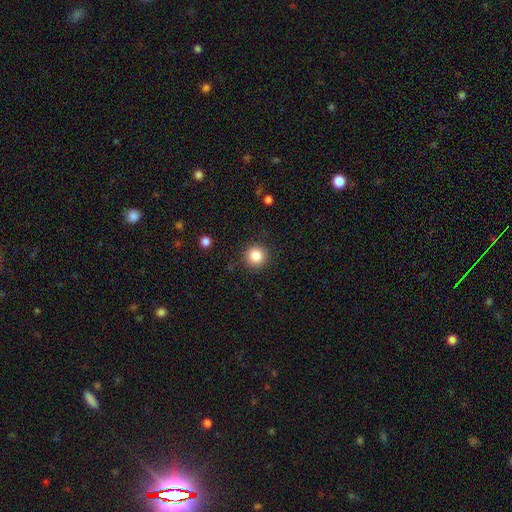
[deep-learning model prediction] smooth 85%, star or artifact 10%, featured or disk 5%. Down the decision tree: how rounded — round (95%); merging — none (90%).